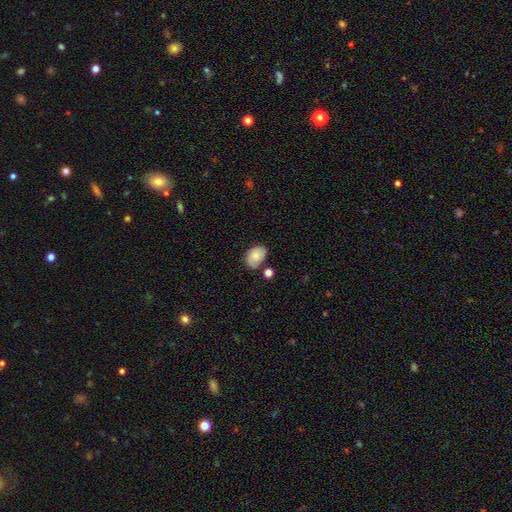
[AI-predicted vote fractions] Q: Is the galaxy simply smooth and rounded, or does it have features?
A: smooth — 84%.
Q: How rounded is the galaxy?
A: in between — 84%.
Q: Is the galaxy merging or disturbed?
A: none — 69%.